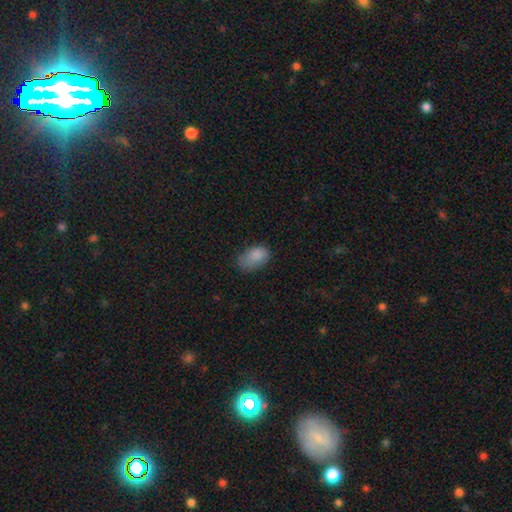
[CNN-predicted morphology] smooth-or-featured: smooth: 85% | star or artifact: 8% | featured or disk: 6%
  how-rounded: in between: 89% | round: 9% | cigar-shaped: 1%
  merging: none: 52% | minor disturbance: 34% | major disturbance: 12% | merger: 2%